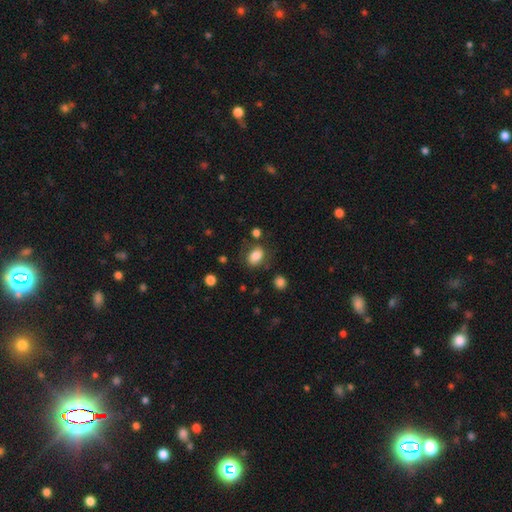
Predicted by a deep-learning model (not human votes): Smooth or featured: smooth — 80% (featured or disk — 11%)
How rounded: in between — 73% (round — 25%)
Merging: none — 72% (minor disturbance — 17%)